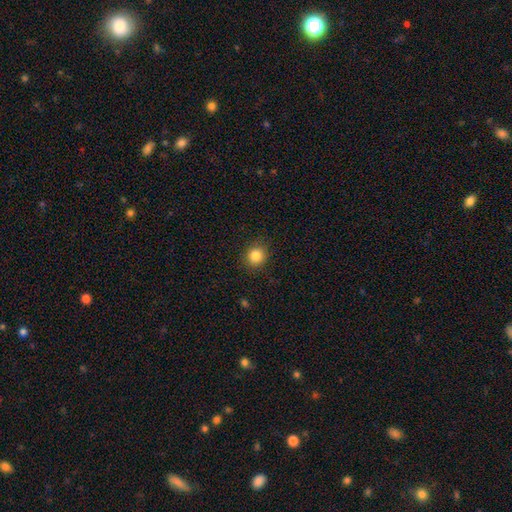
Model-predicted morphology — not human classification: smooth-or-featured: smooth: 84% | star or artifact: 11% | featured or disk: 5%
  how-rounded: round: 84% | in between: 15% | cigar-shaped: 1%
  merging: none: 89% | minor disturbance: 8% | major disturbance: 2% | merger: 1%